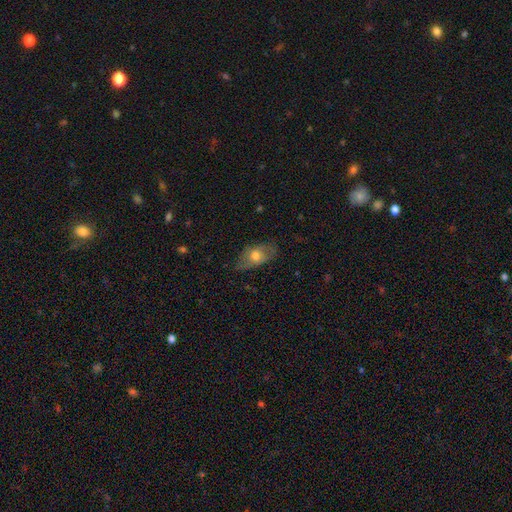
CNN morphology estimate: A smooth galaxy with no disk features (60%) that is in between round and cigar-shaped (87%).

Vote fractions:
- Smooth or featured? smooth: 60% / featured or disk: 33% / star or artifact: 7%
- How rounded? in between: 87% / round: 9% / cigar-shaped: 5%
- Merging? none: 69% / minor disturbance: 22% / major disturbance: 8% / merger: 1%